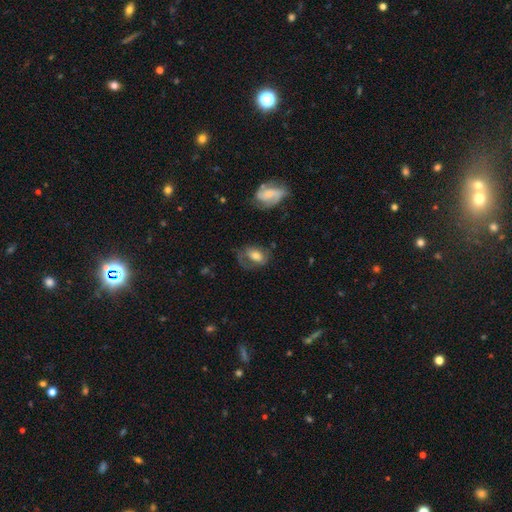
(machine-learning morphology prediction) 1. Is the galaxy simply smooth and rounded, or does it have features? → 51% smooth, 41% featured or disk, 8% star or artifact.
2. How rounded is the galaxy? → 76% in between, 22% round, 2% cigar-shaped.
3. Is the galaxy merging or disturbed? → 49% none, 25% major disturbance, 23% minor disturbance, 3% merger.